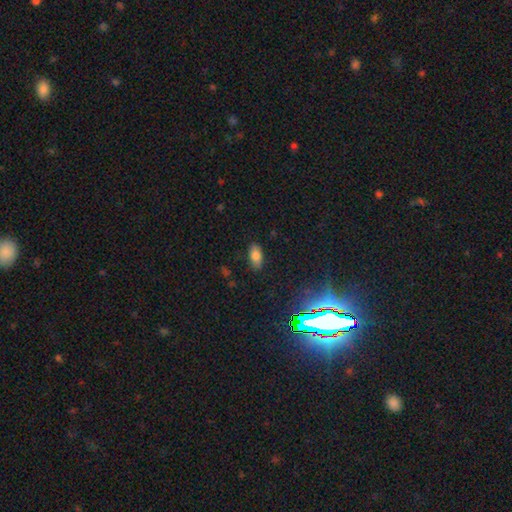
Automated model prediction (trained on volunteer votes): Q: Smooth or featured?
A: smooth (80%); runner-up: star or artifact (11%)
Q: How rounded?
A: in between (91%); runner-up: cigar-shaped (5%)
Q: Merging?
A: none (84%); runner-up: minor disturbance (12%)